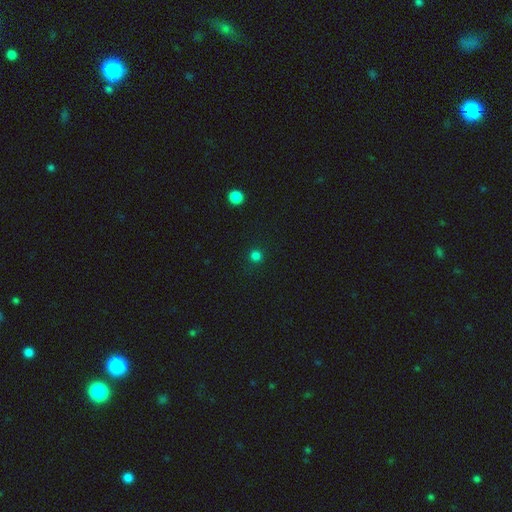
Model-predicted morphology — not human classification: Smooth or featured? smooth (79%)
How rounded? round (95%)
Merging? none (90%)